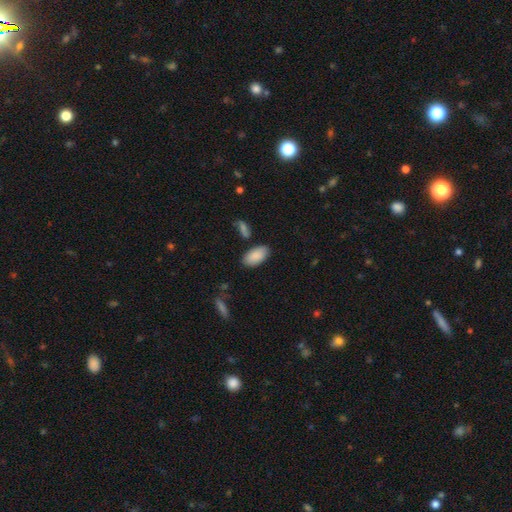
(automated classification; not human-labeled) This appears to be a smooth galaxy with no disk features (88%) that is in between round and cigar-shaped (95%). Merging: none (81%).